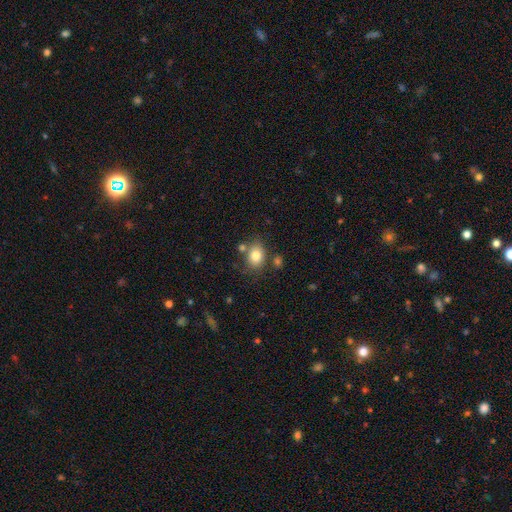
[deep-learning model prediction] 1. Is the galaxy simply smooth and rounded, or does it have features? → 81% smooth, 10% star or artifact, 9% featured or disk.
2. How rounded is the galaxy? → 57% in between, 42% round, 1% cigar-shaped.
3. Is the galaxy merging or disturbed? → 69% none, 14% minor disturbance, 12% merger, 4% major disturbance.